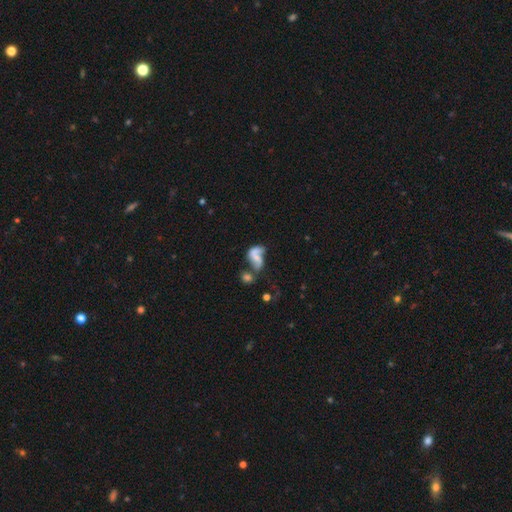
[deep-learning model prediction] smooth_or_featured: featured or disk (p=0.54) [alt: smooth p=0.34]
disk_edge_on: no (p=0.97) [alt: yes p=0.03]
bar: no (p=0.56) [alt: weak p=0.30]
has_spiral_arms: yes (p=0.70) [alt: no p=0.30]
bulge_size: none (p=0.43) [alt: small p=0.32]
merging: merger (p=0.40) [alt: none p=0.24]